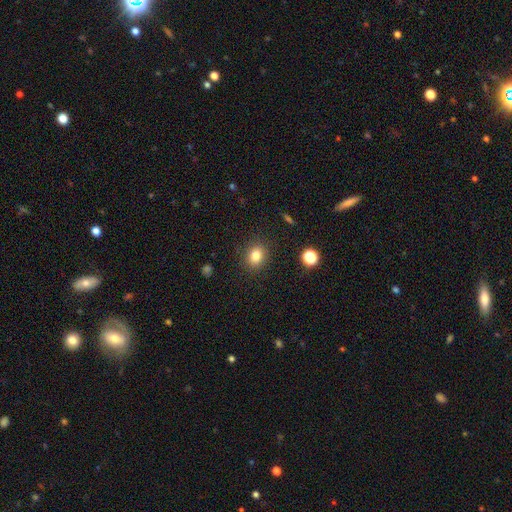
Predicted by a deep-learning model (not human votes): This appears to be a smooth galaxy with no disk features (82%) that is round (60%). Merging: none (88%).